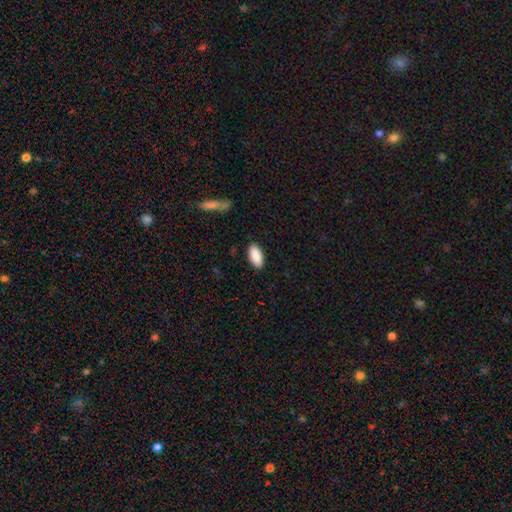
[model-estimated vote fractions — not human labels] smooth 90%, star or artifact 6%, featured or disk 4%. Down the decision tree: how rounded — in between (89%); merging — none (88%).